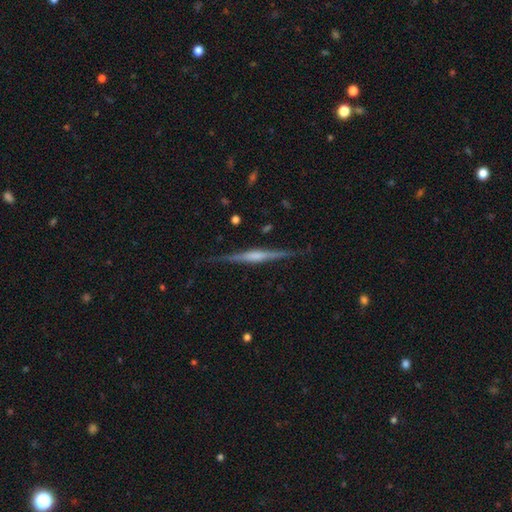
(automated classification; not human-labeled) Smooth or featured? Predicted: featured or disk (p=0.80). Edge-on disk? Predicted: yes (p=0.98). Edge-on bulge? Predicted: rounded (p=0.59). Merging? Predicted: none (p=0.87).